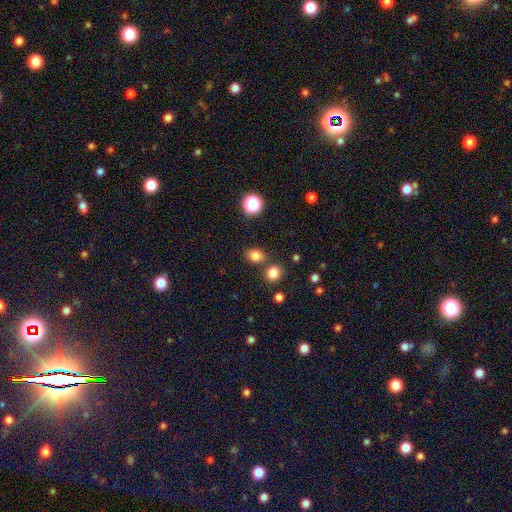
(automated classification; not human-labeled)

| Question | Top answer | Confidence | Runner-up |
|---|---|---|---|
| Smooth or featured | smooth | 81% | star or artifact (14%) |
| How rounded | round | 57% | in between (42%) |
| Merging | none | 72% | merger (15%) |